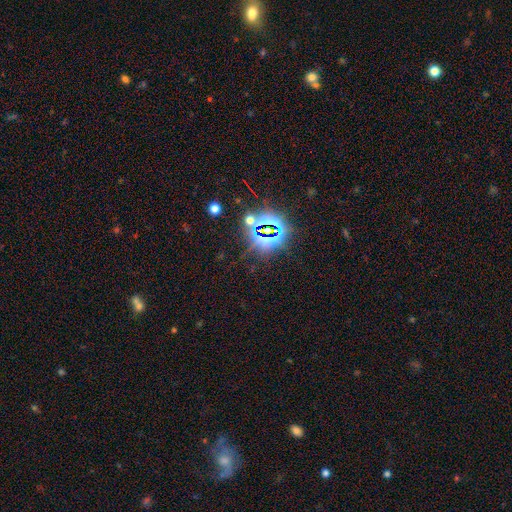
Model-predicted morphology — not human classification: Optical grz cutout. It shows a star or artifact, not a galaxy (81%).